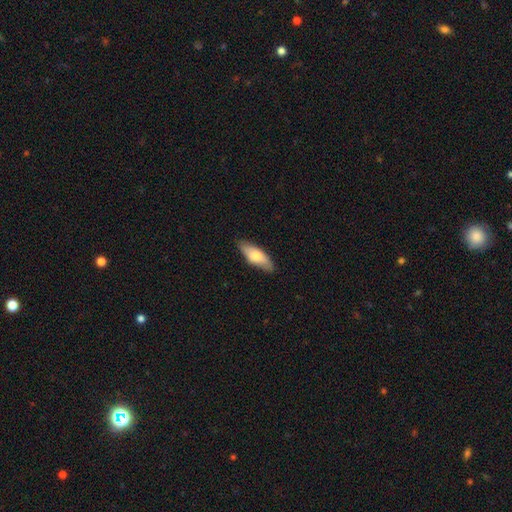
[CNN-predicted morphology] Smooth or featured? smooth (70%)
How rounded? in between (68%)
Merging? none (84%)